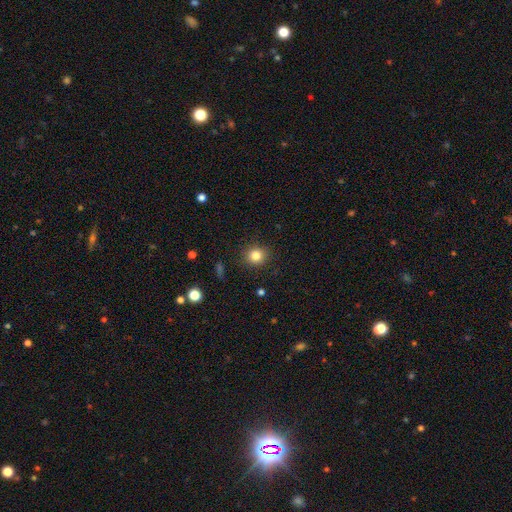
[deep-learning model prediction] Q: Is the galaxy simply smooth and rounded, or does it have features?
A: smooth — 82%.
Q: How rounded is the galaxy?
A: round — 88%.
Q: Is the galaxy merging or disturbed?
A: none — 90%.